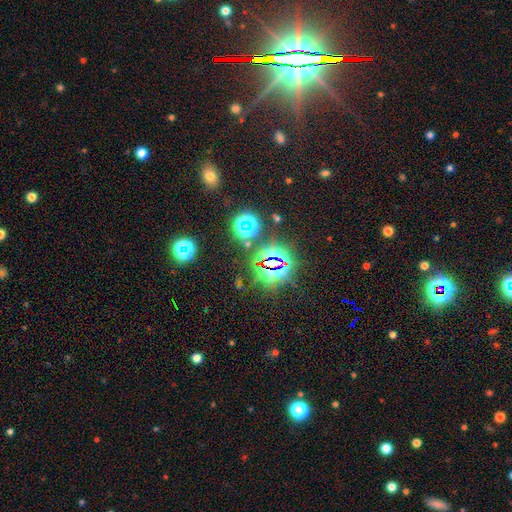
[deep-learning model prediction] Smooth or featured: star or artifact — 83% (smooth — 10%)